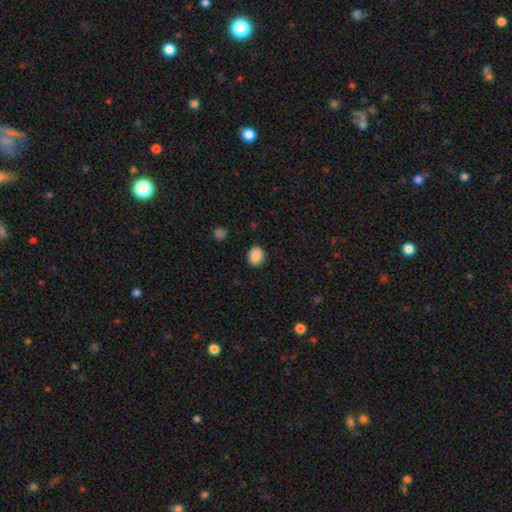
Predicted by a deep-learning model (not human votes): This appears to be a smooth galaxy with no disk features (89%) that is in between round and cigar-shaped (55%). Merging: none (87%).